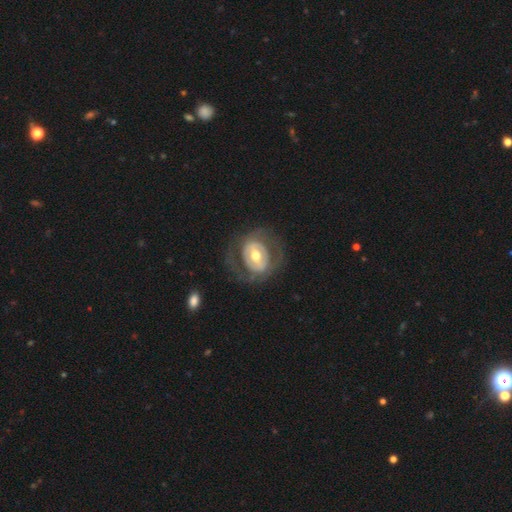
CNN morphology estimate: type=featured or disk (71%); edge-on=no (96%); bar=no (39%); spiral arms=no (56%); bulge=moderate (73%); merging=none (69%).